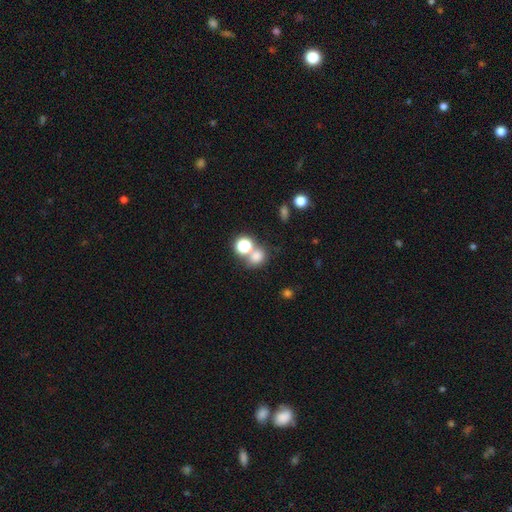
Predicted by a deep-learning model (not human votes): Q: Smooth or featured?
A: smooth (72%); runner-up: star or artifact (20%)
Q: How rounded?
A: round (62%); runner-up: in between (37%)
Q: Merging?
A: none (48%); runner-up: merger (37%)